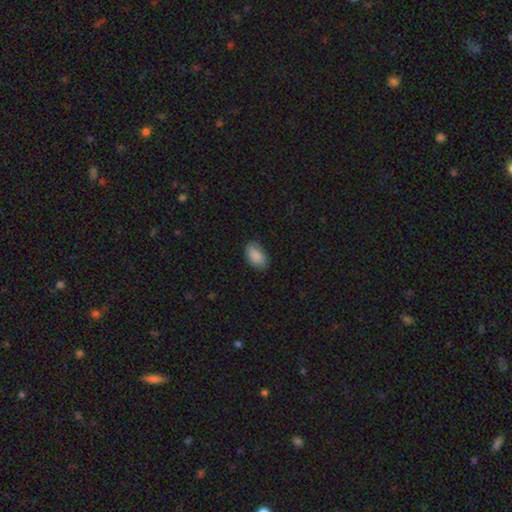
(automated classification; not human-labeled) Smooth or featured? Predicted: smooth (p=0.89). How rounded? Predicted: in between (p=0.92). Merging? Predicted: none (p=0.81).